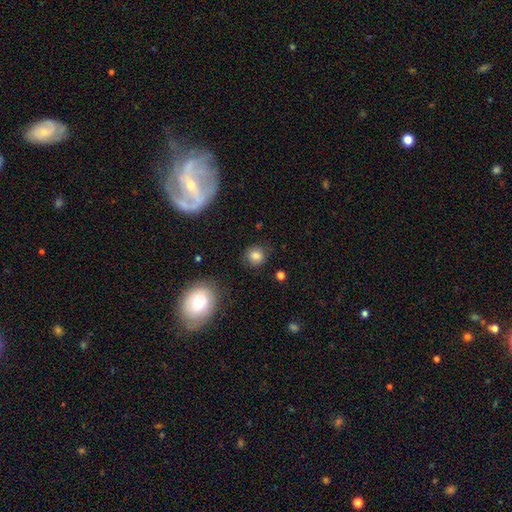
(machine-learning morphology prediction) smooth_or_featured: smooth (p=0.81) [alt: star or artifact p=0.12]
how_rounded: round (p=0.85) [alt: in between p=0.13]
merging: none (p=0.84) [alt: minor disturbance p=0.10]